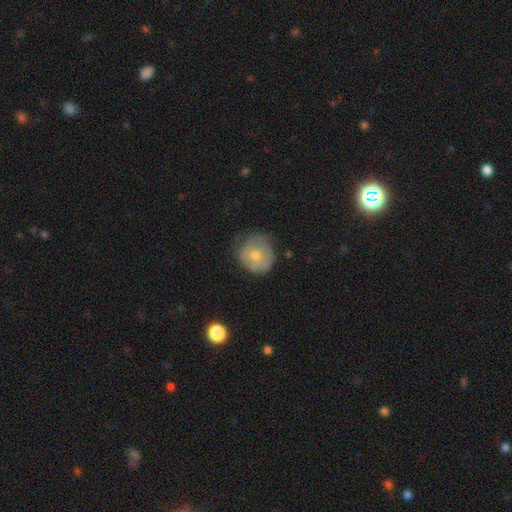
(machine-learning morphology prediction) smooth 62%, featured or disk 30%, star or artifact 7%. Down the decision tree: how rounded — round (84%); merging — none (51%).